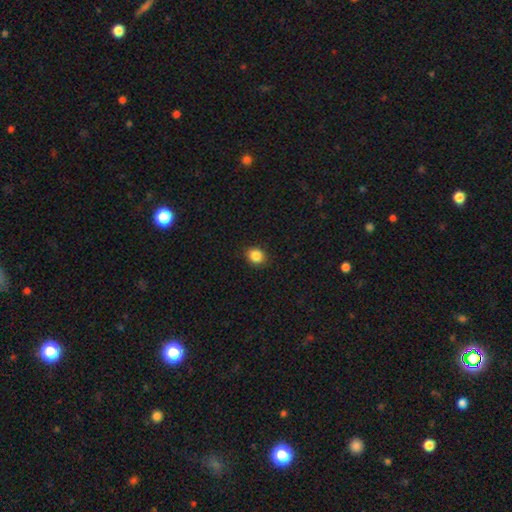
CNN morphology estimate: A smooth galaxy with no disk features (86%) that is round (67%).

Vote fractions:
- Smooth or featured? smooth: 86% / star or artifact: 10% / featured or disk: 4%
- How rounded? round: 67% / in between: 32% / cigar-shaped: 1%
- Merging? none: 90% / minor disturbance: 7% / major disturbance: 2% / merger: 1%